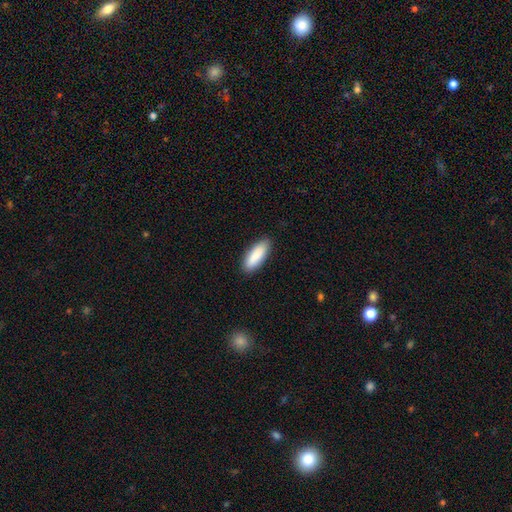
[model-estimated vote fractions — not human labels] Smooth or featured? smooth (89%)
How rounded? in between (67%)
Merging? none (88%)